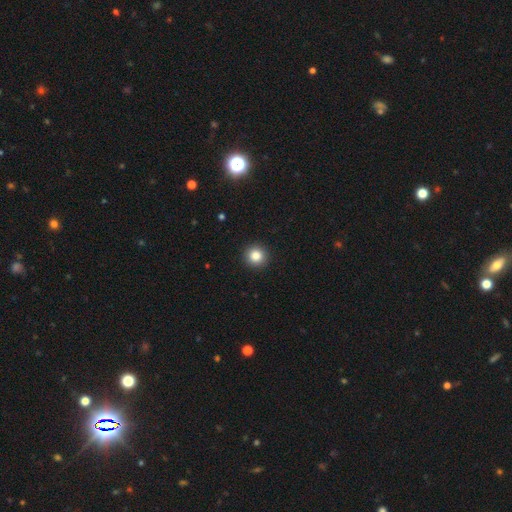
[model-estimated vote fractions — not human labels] Q: Smooth or featured?
A: smooth (85%); runner-up: star or artifact (10%)
Q: How rounded?
A: round (95%); runner-up: in between (4%)
Q: Merging?
A: none (93%); runner-up: minor disturbance (5%)